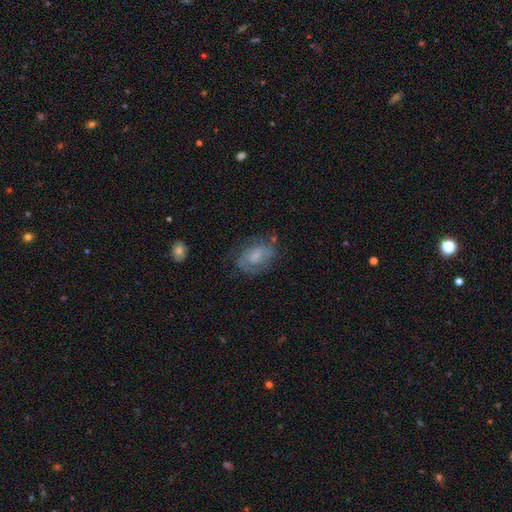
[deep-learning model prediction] featured or disk 48%, smooth 42%, star or artifact 10%. Down the decision tree: merging — none (55%).